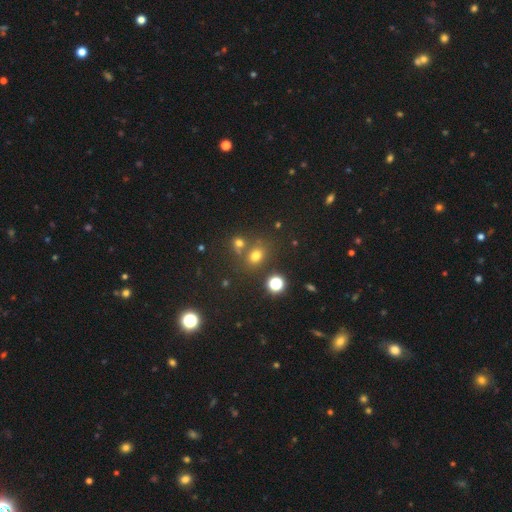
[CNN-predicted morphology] Overall: smooth (68%). How rounded: round (51%; in between 48%). Merging: none (65%).